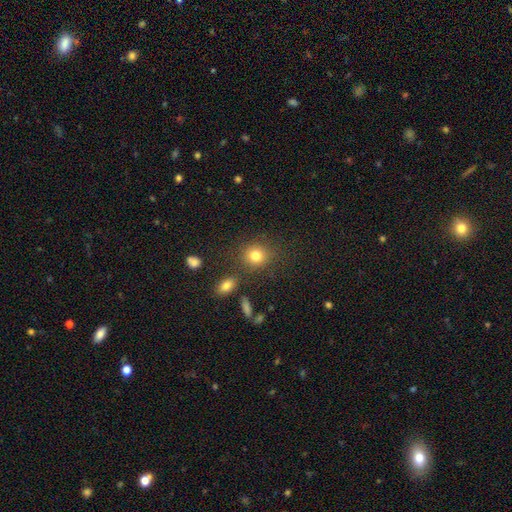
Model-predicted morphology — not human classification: Smooth or featured? Predicted: smooth (p=0.80). How rounded? Predicted: round (p=0.84). Merging? Predicted: none (p=0.81).